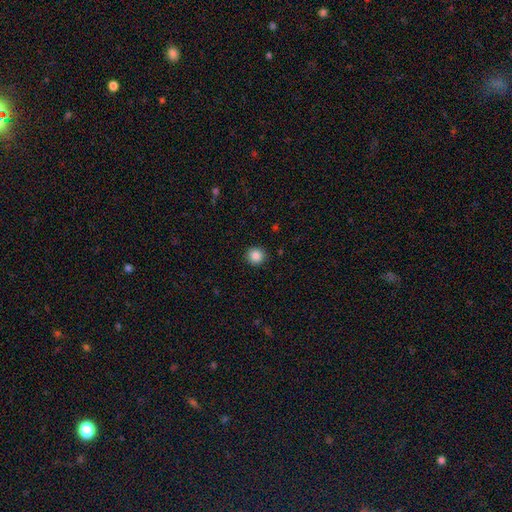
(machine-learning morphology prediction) This appears to be a smooth galaxy with no disk features (86%) that is round (92%). Merging: none (92%).